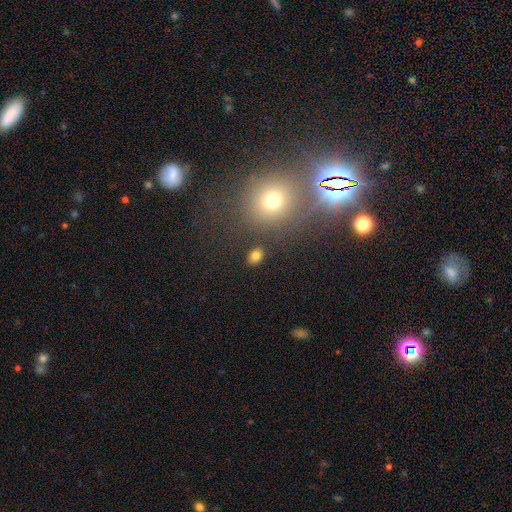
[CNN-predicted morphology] The model was most divided on "how rounded": in between: 66%, round: 33%, cigar-shaped: 1%. More confident: merging — none (85%); smooth or featured — smooth (78%).